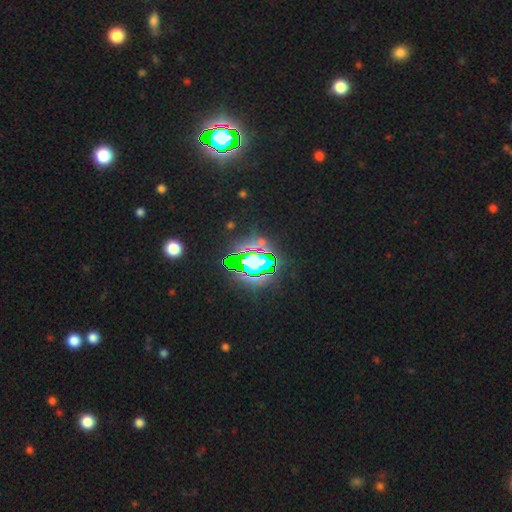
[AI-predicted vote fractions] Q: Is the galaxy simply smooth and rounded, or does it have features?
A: star or artifact — 81%.